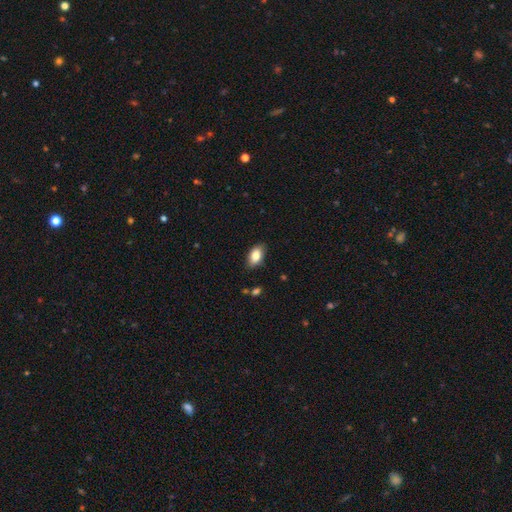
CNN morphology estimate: type=smooth (84%); roundness=in between (91%); merging=none (83%).